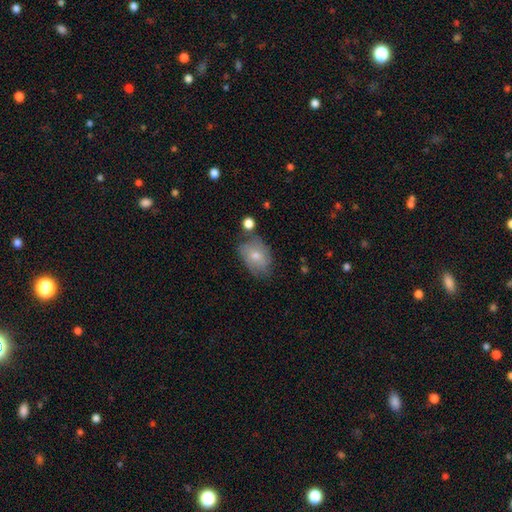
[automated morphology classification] Overall: smooth (63%; featured or disk 29%). How rounded: in between (80%). Merging: none (55%; minor disturbance 28%).